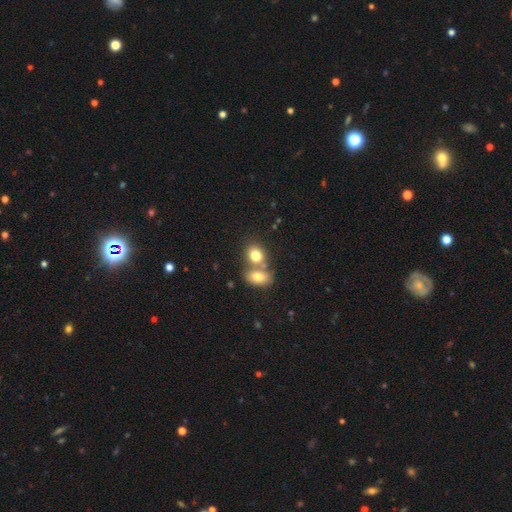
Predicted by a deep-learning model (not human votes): A smooth galaxy with no disk features (78%) that is in between round and cigar-shaped (53%).

Vote fractions:
- Smooth or featured? smooth: 78% / featured or disk: 13% / star or artifact: 9%
- How rounded? in between: 53% / round: 46% / cigar-shaped: 1%
- Merging? merger: 55% / none: 35% / minor disturbance: 7% / major disturbance: 3%